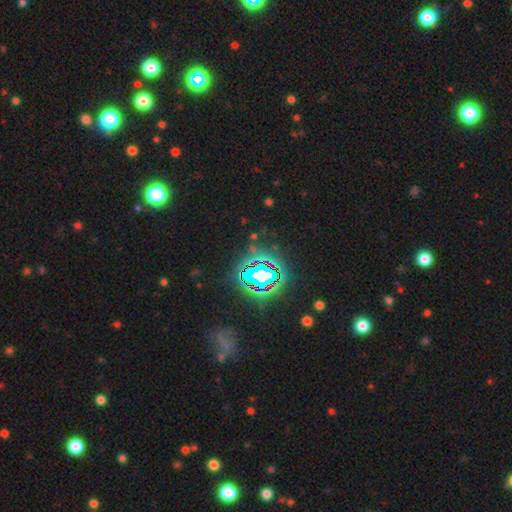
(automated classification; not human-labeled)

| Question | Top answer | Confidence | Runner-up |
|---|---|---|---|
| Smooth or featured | star or artifact | 82% | smooth (11%) |